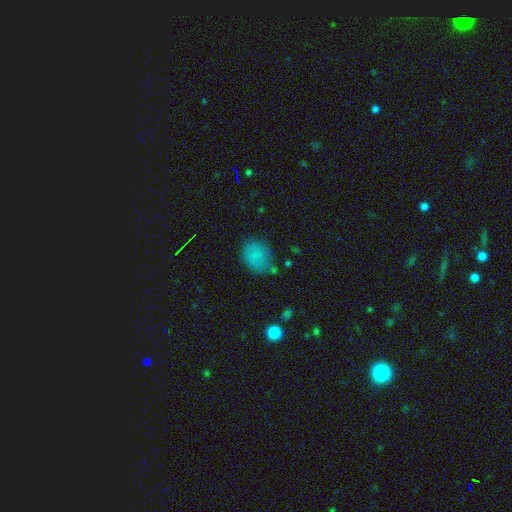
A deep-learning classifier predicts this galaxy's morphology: Smooth or featured: smooth — 75% (star or artifact — 14%)
How rounded: in between — 51% (round — 48%)
Merging: none — 56% (minor disturbance — 28%)